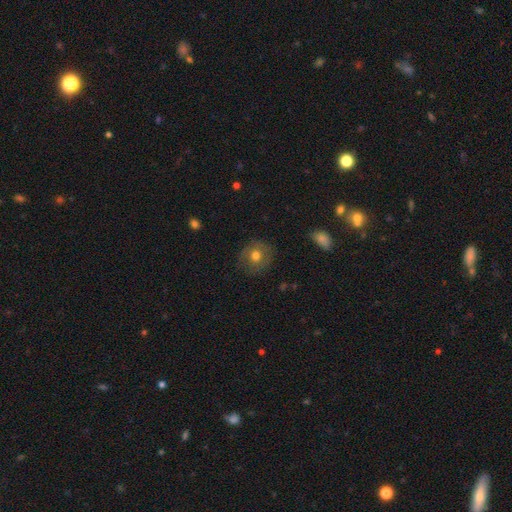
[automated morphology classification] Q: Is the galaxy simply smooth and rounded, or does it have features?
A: smooth — 66%.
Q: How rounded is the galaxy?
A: round — 86%.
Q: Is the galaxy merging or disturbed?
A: none — 82%.